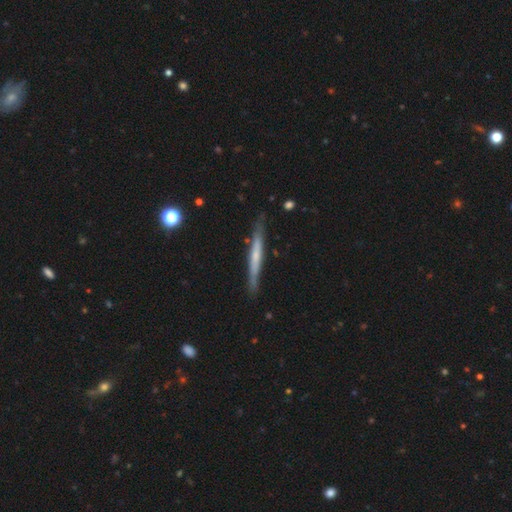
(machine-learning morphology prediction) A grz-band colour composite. It shows a featured or disk galaxy (54%) viewed edge-on (94%) with no central bulge (61%). Merging: none (83%).